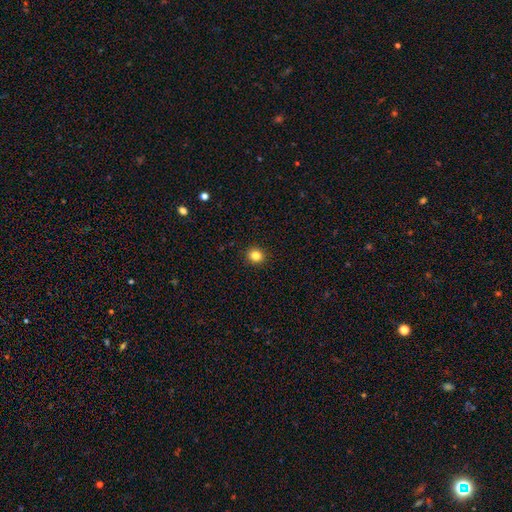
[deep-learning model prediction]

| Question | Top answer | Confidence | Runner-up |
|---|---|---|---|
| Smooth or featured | smooth | 83% | star or artifact (12%) |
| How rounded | round | 83% | in between (17%) |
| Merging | none | 92% | minor disturbance (5%) |